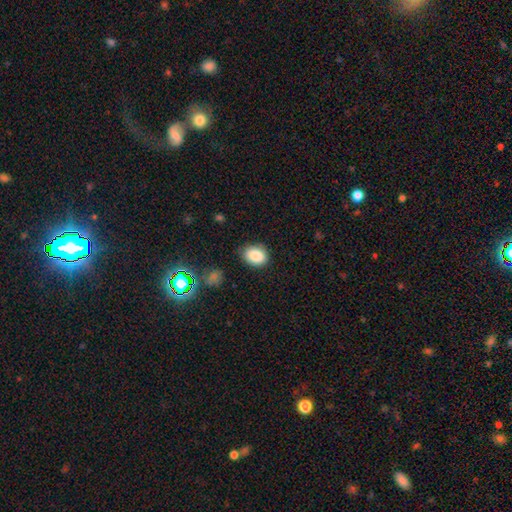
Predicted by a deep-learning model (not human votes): Smooth or featured?
  - smooth: 85% *
  - star or artifact: 10%
  - featured or disk: 5%
How rounded?
  - in between: 67% *
  - round: 32%
  - cigar-shaped: 1%
Merging?
  - none: 78% *
  - minor disturbance: 17%
  - major disturbance: 3%
  - merger: 2%